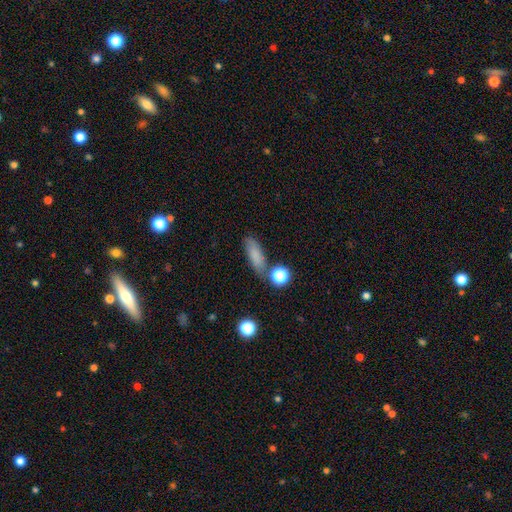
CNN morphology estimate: Smooth or featured: smooth — 81% (star or artifact — 10%)
How rounded: in between — 49% (cigar-shaped — 45%)
Merging: none — 72% (minor disturbance — 15%)